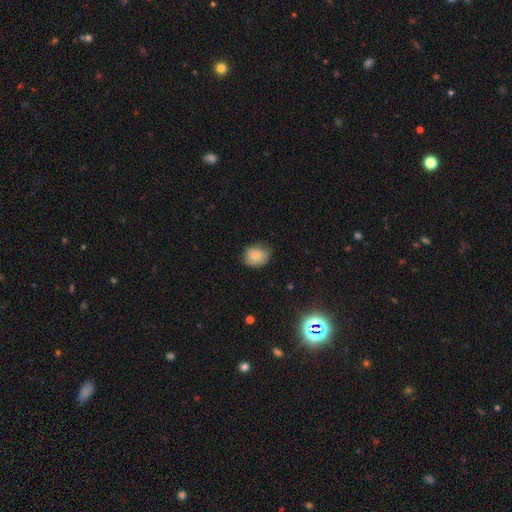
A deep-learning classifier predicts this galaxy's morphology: smooth 76%, featured or disk 15%, star or artifact 8%. Down the decision tree: how rounded — round (53%); merging — none (67%).